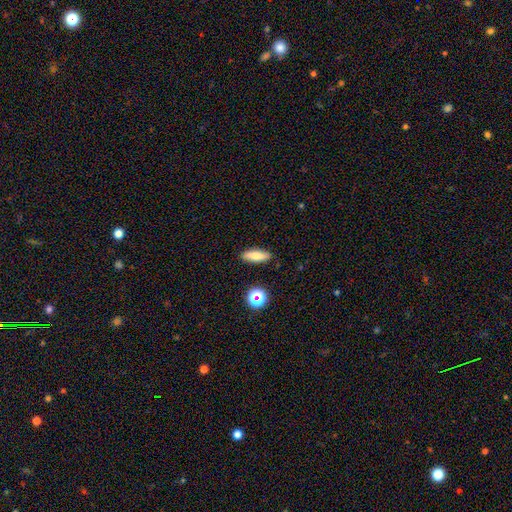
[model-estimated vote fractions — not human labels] Overall: smooth (71%). How rounded: in between (51%; cigar-shaped 44%). Merging: none (87%).